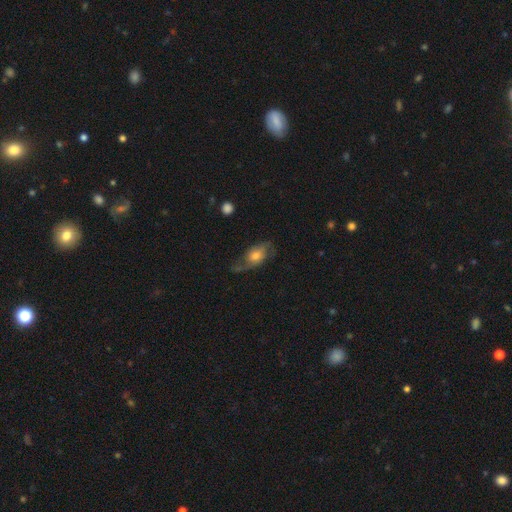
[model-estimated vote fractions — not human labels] featured or disk 53%, smooth 39%, star or artifact 8%. Down the decision tree: edge-on disk — no (87%); merging — none (49%).